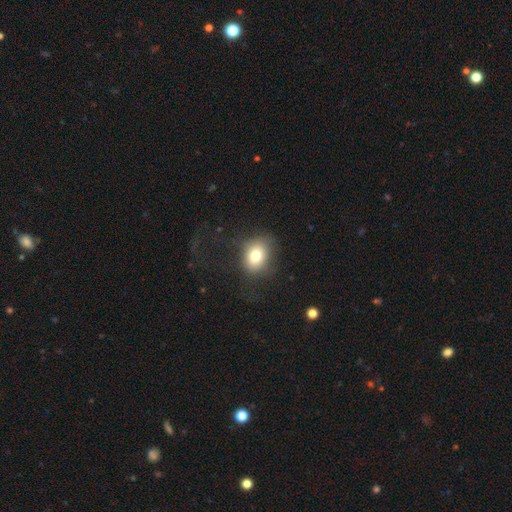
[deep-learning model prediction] Overall: smooth (77%). How rounded: round (52%; in between 47%). Merging: none (69%).